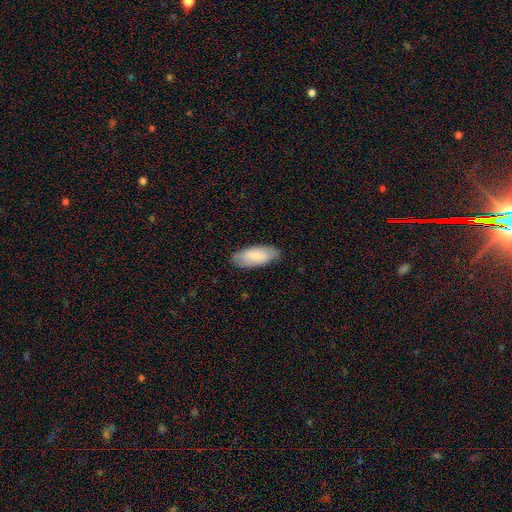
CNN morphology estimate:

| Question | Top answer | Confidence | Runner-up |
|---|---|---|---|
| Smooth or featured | smooth | 85% | featured or disk (9%) |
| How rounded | in between | 83% | cigar-shaped (15%) |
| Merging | none | 85% | minor disturbance (12%) |